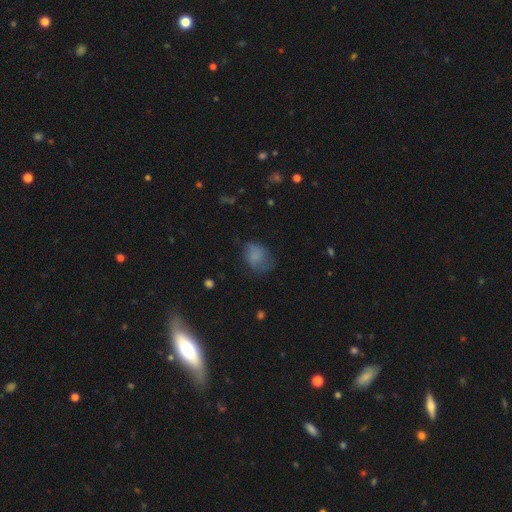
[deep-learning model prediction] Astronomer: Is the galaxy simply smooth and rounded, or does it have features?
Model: smooth — 74%.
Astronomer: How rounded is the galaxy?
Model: in between — 65%.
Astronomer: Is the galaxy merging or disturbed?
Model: none — 48% (runner-up: minor disturbance, 32%).